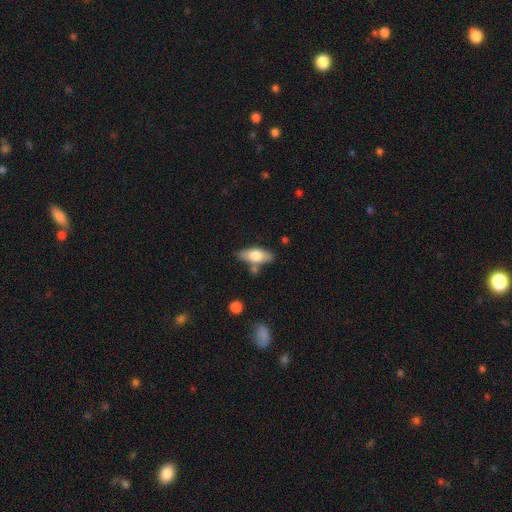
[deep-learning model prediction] This is likely a smooth galaxy (66%). How rounded: likely in between (79%). Merging: likely none (72%).